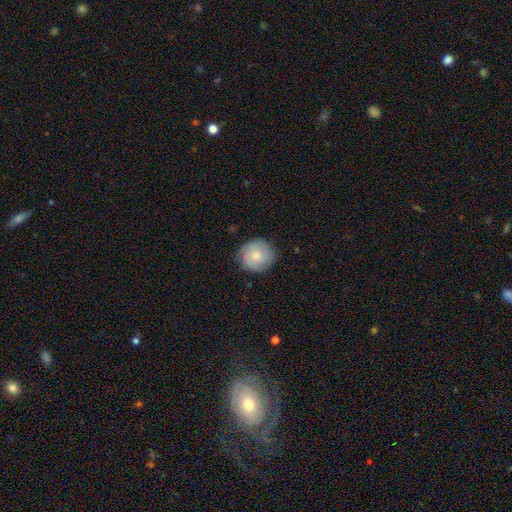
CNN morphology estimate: Smooth or featured? smooth (72%)
How rounded? round (90%)
Merging? none (84%)